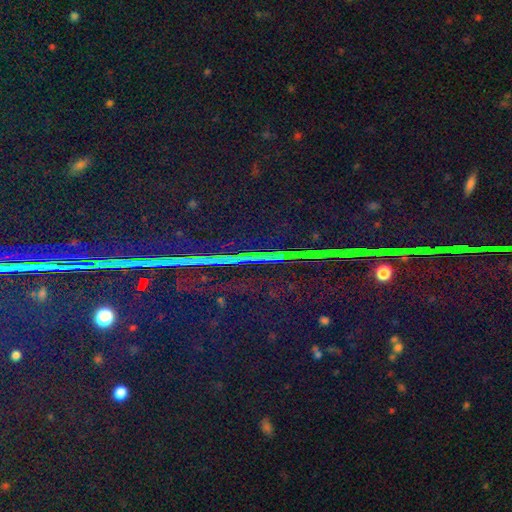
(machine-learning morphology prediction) The model was most divided on "smooth or featured": star or artifact: 86%, featured or disk: 8%, smooth: 6%.